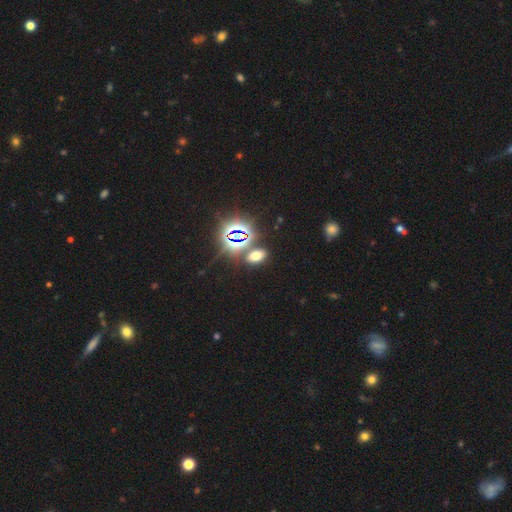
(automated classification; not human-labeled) This is possibly a smooth galaxy (51%). How rounded: clearly in between (82%). Merging: likely none (78%).